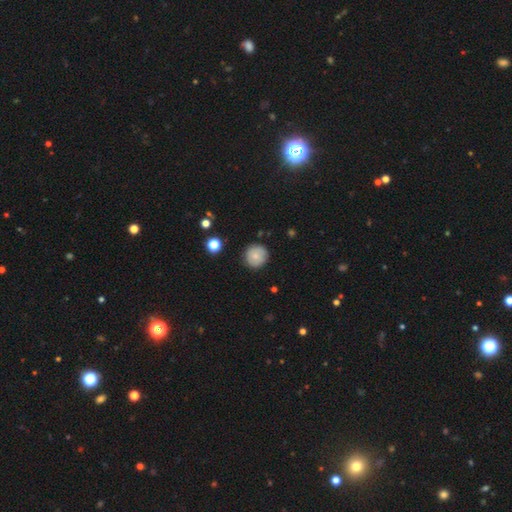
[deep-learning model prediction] Q: Smooth or featured?
A: smooth (75%); runner-up: featured or disk (16%)
Q: How rounded?
A: round (93%); runner-up: in between (6%)
Q: Merging?
A: none (85%); runner-up: minor disturbance (11%)